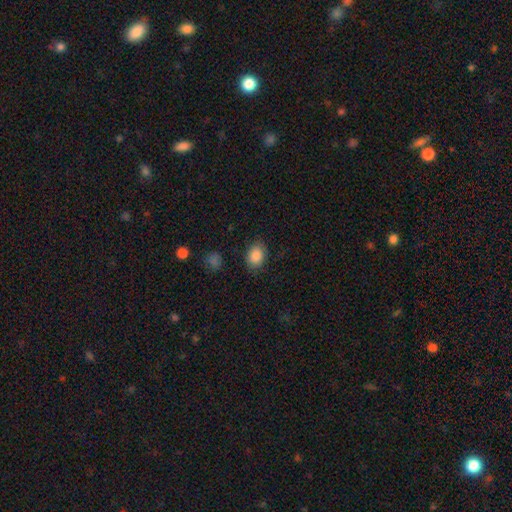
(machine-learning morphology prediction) Overall: smooth (87%). How rounded: in between (72%). Merging: none (83%).